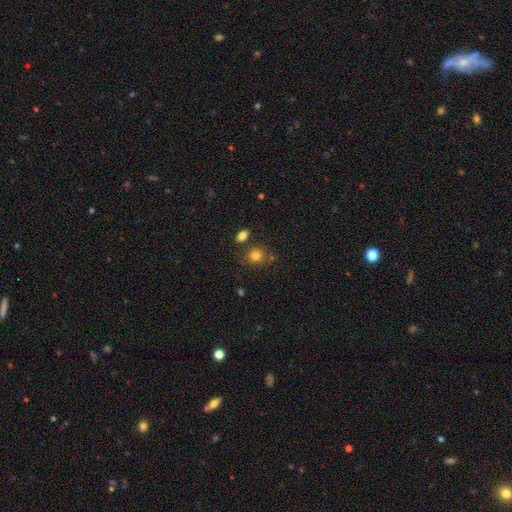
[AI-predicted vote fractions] Smooth or featured: smooth — 80% (star or artifact — 12%)
How rounded: round — 71% (in between — 28%)
Merging: none — 73% (minor disturbance — 13%)